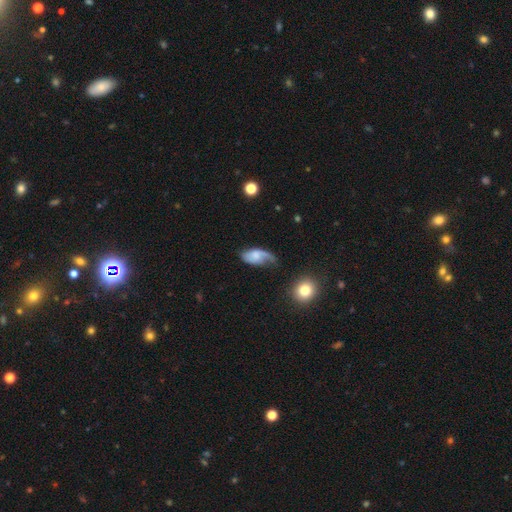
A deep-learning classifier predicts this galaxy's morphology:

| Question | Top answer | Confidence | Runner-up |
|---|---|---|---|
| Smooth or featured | featured or disk | 47% | smooth (45%) |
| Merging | minor disturbance | 33% | tied: none (33%) |